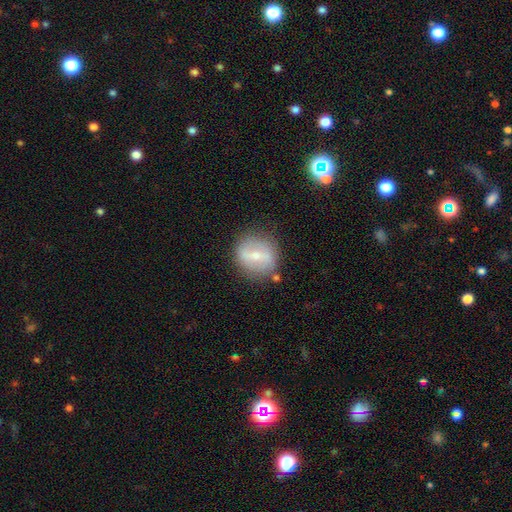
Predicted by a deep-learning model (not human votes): Overall: featured or disk (55%; smooth 37%). Edge-on disk: no (89%). Merging: none (79%).